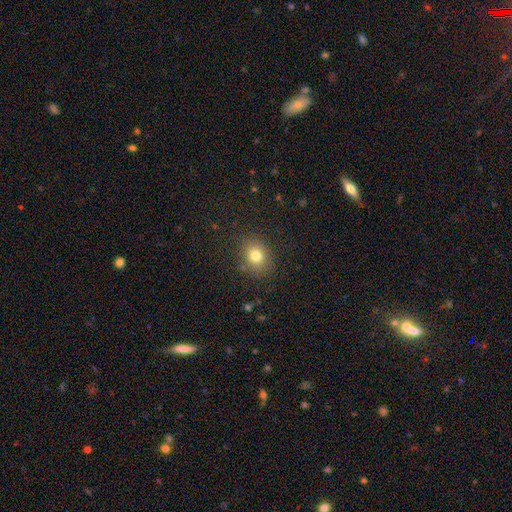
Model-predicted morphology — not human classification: type=smooth (79%); roundness=round (64%); merging=none (84%).